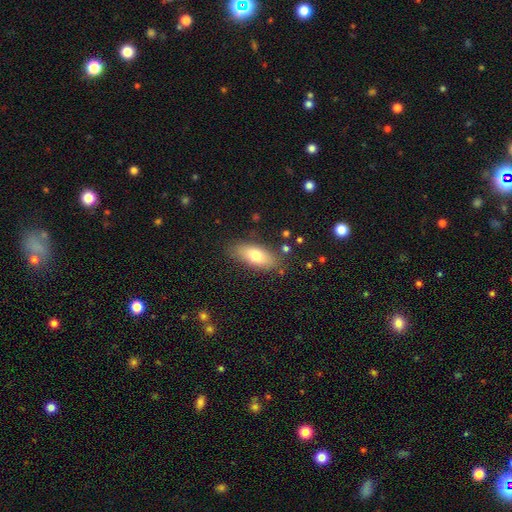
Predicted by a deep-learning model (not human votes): smooth 75%, featured or disk 18%, star or artifact 7%. Down the decision tree: how rounded — in between (80%); merging — none (82%).